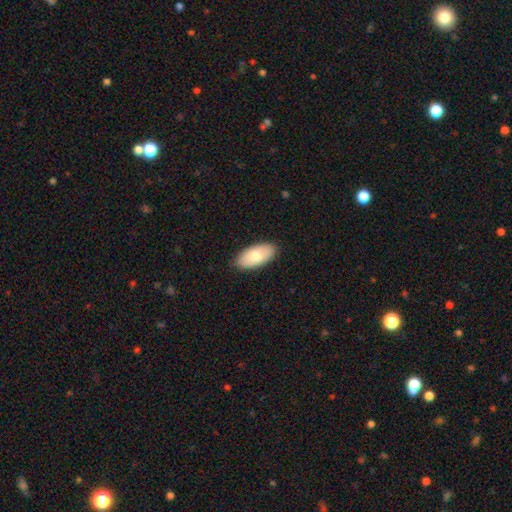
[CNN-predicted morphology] Overall: smooth (78%). How rounded: in between (93%). Merging: none (88%).